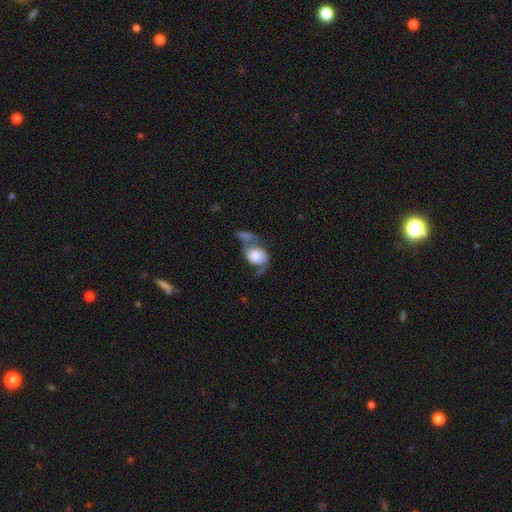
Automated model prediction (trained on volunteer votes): The model was most divided on "merging": merger: 36%, none: 24%, major disturbance: 24%, minor disturbance: 16%. Remaining: edge-on disk — no (96%); spiral arms — yes (80%); bar — no (77%); smooth or featured — featured or disk (56%); bulge size — large (40%).